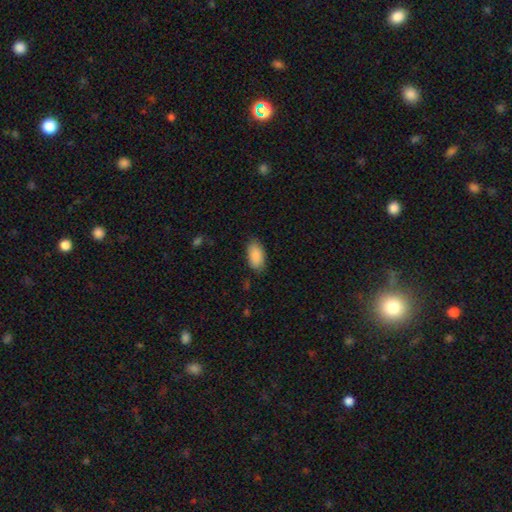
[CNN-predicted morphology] Smooth or featured? Predicted: smooth (p=0.90). How rounded? Predicted: in between (p=0.93). Merging? Predicted: none (p=0.82).